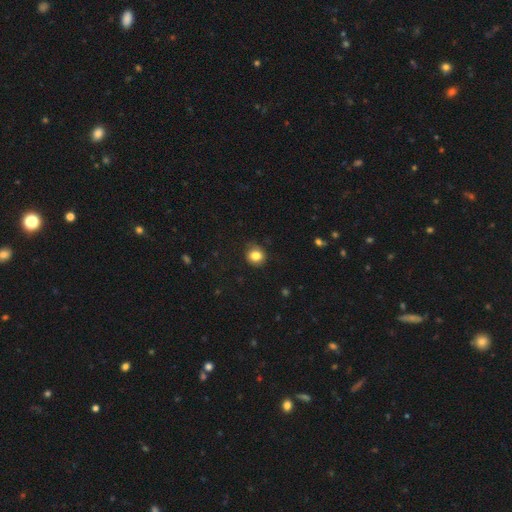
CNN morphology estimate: smooth-or-featured: smooth: 83% | star or artifact: 10% | featured or disk: 7%
  how-rounded: round: 77% | in between: 22% | cigar-shaped: 1%
  merging: none: 84% | minor disturbance: 12% | major disturbance: 3% | merger: 1%